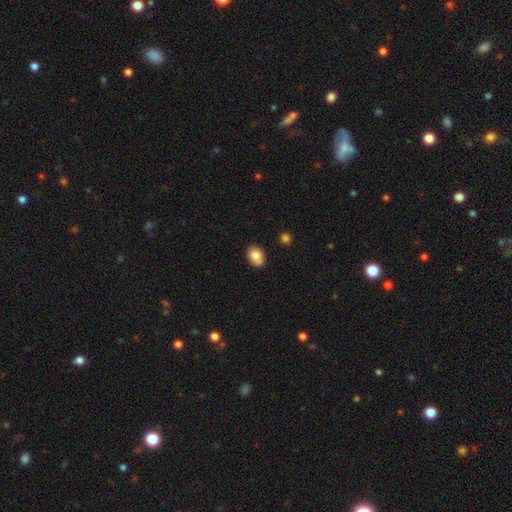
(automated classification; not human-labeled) Smooth or featured? Predicted: smooth (p=0.82). How rounded? Predicted: in between (p=0.76). Merging? Predicted: none (p=0.78).